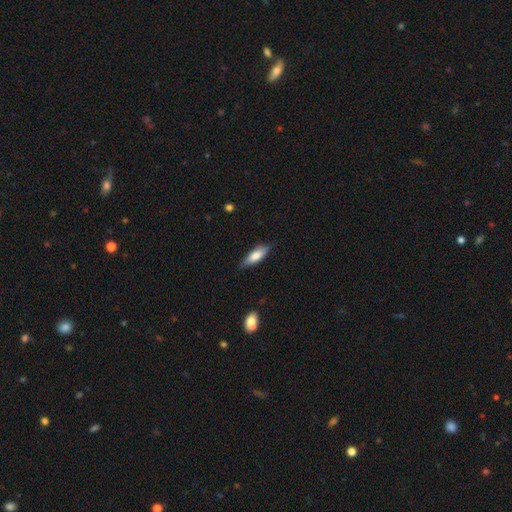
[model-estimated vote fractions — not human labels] smooth_or_featured: smooth (p=0.71) [alt: featured or disk p=0.23]
how_rounded: in between (p=0.54) [alt: cigar-shaped p=0.44]
merging: none (p=0.80) [alt: minor disturbance p=0.16]